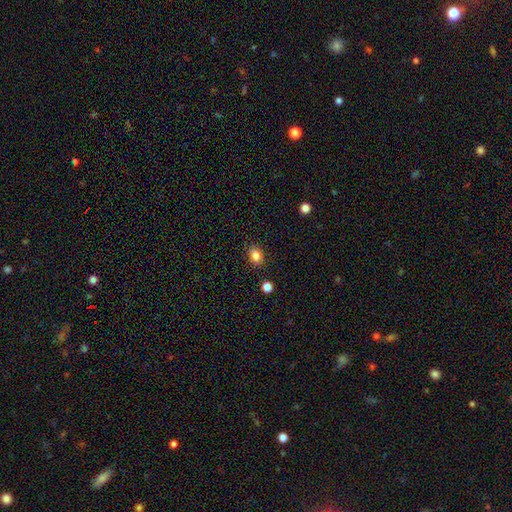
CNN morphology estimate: Smooth or featured? smooth (84%)
How rounded? in between (66%)
Merging? none (87%)